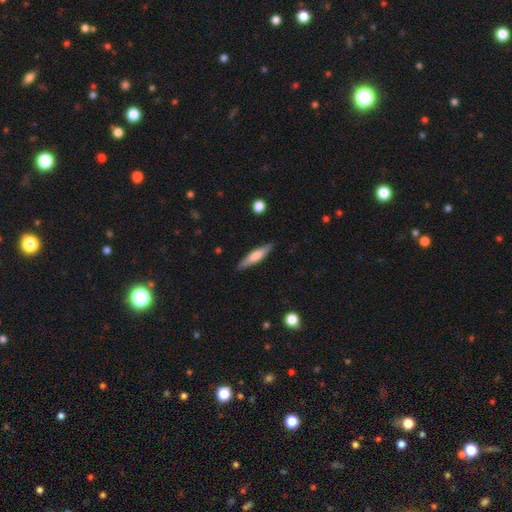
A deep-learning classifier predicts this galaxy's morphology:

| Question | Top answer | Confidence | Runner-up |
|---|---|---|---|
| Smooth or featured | smooth | 57% | featured or disk (37%) |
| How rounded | cigar-shaped | 84% | in between (15%) |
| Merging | none | 88% | minor disturbance (9%) |